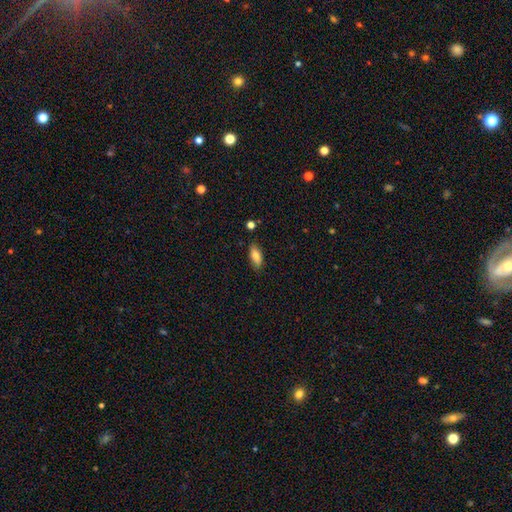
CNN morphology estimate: The model was most divided on "smooth or featured": smooth: 79%, featured or disk: 13%, star or artifact: 7%. More confident: merging — none (83%); how rounded — in between (83%).